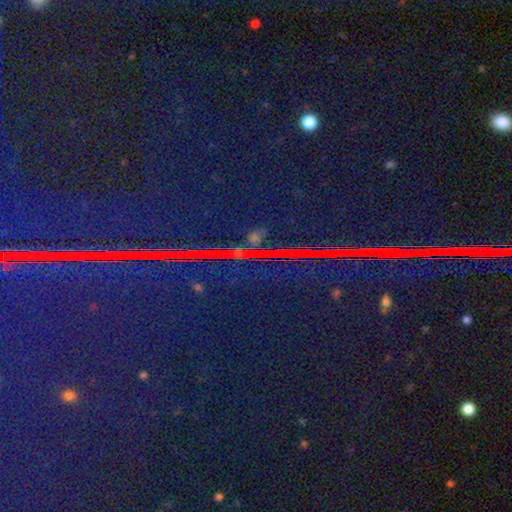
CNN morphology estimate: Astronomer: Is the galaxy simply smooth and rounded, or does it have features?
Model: star or artifact — 88%.